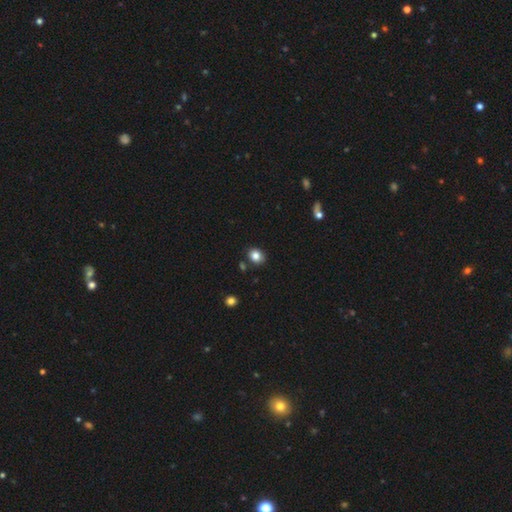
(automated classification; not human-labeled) Overall: smooth (83%). How rounded: round (56%; in between 43%). Merging: none (83%).